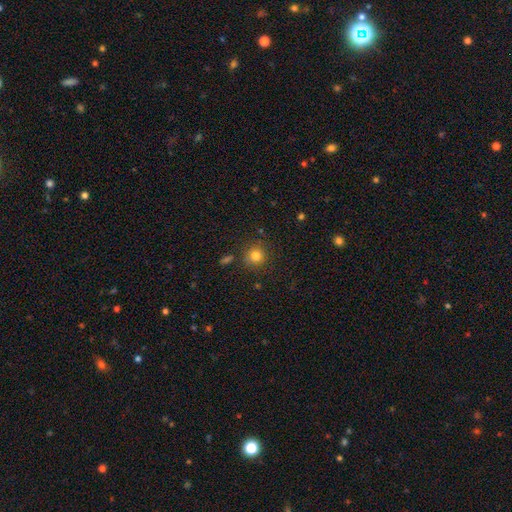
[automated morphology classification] This appears to be a smooth galaxy with no disk features (81%) that is round (91%). Merging: none (85%).